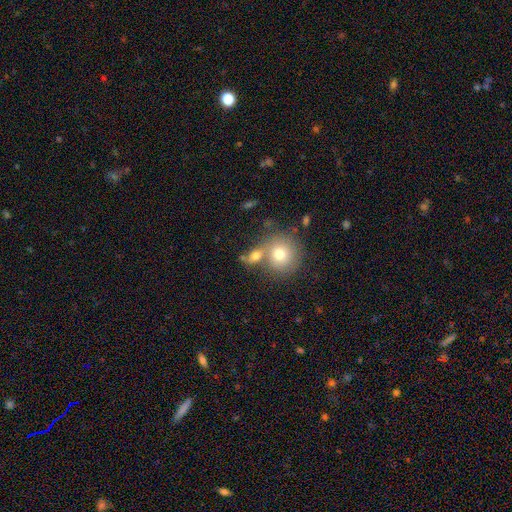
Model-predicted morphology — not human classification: Smooth or featured?
  - smooth: 68% *
  - featured or disk: 20%
  - star or artifact: 12%
How rounded?
  - round: 55% *
  - in between: 41%
  - cigar-shaped: 4%
Merging?
  - merger: 46% *
  - none: 38%
  - minor disturbance: 11%
  - major disturbance: 6%